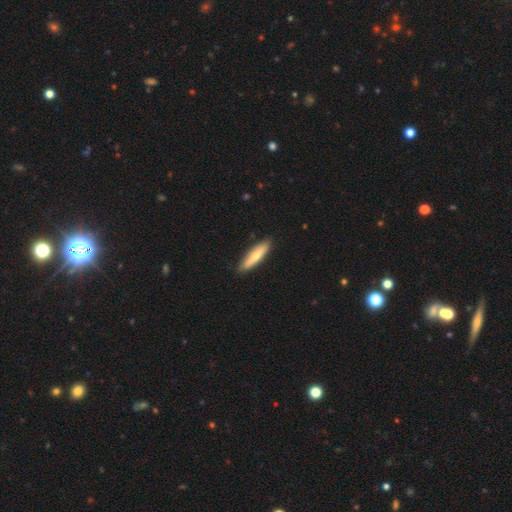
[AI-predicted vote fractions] Smooth or featured? Predicted: smooth (p=0.64). How rounded? Predicted: cigar-shaped (p=0.73). Merging? Predicted: none (p=0.88).